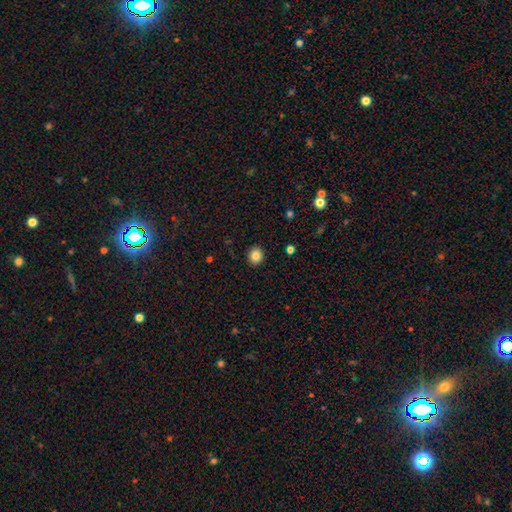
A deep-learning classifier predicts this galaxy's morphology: Smooth or featured? Predicted: smooth (p=0.84). How rounded? Predicted: round (p=0.82). Merging? Predicted: none (p=0.92).